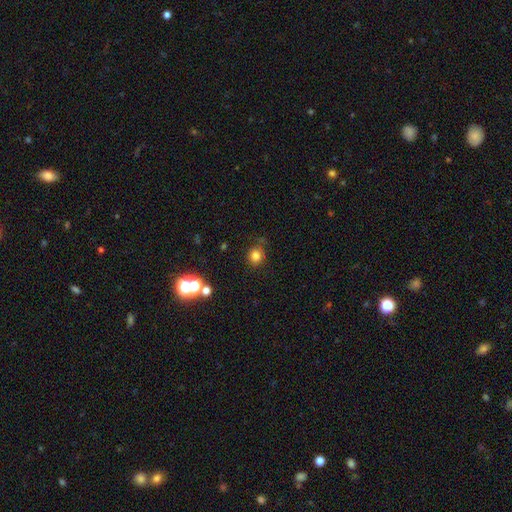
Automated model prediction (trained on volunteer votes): This is likely a smooth galaxy (78%). How rounded: clearly round (81%). Merging: likely none (76%).